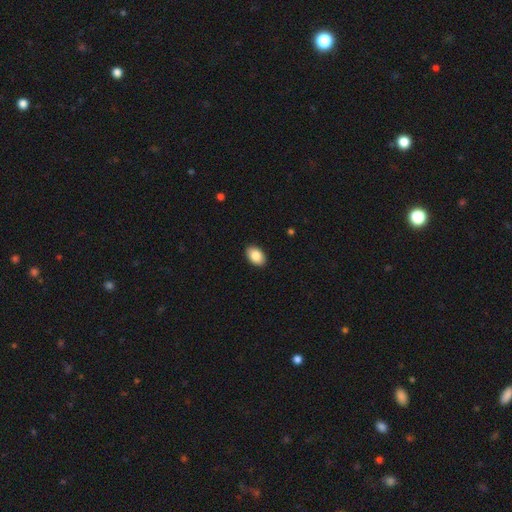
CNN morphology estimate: A smooth galaxy with no disk features (87%) that is in between round and cigar-shaped (89%). Merging: none (90%).